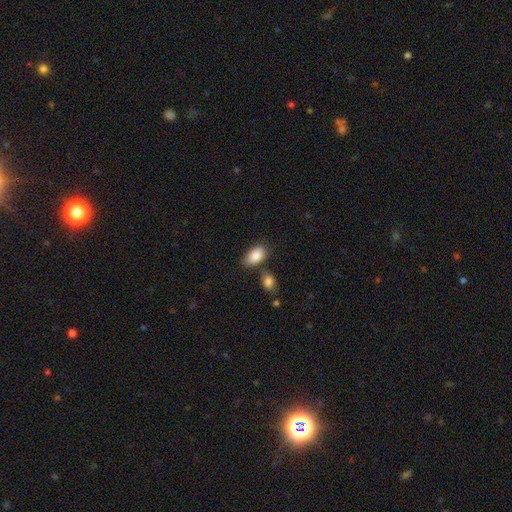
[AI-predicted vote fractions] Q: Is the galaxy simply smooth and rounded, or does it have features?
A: smooth — 87%.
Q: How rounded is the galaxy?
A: in between — 93%.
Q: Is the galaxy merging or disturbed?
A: none — 69%.